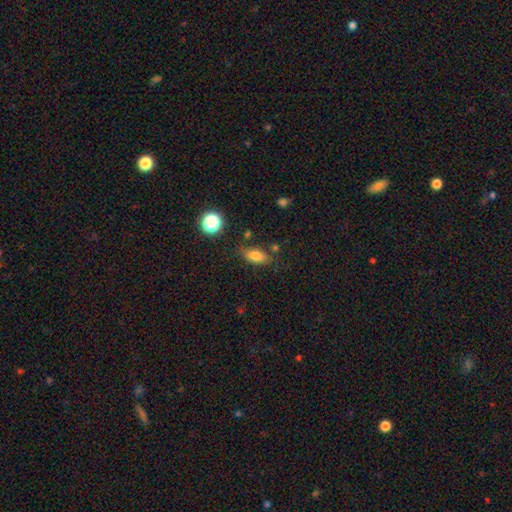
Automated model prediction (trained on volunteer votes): This appears to be a smooth galaxy with no disk features (77%) that is in between round and cigar-shaped (80%). Merging: none (74%).